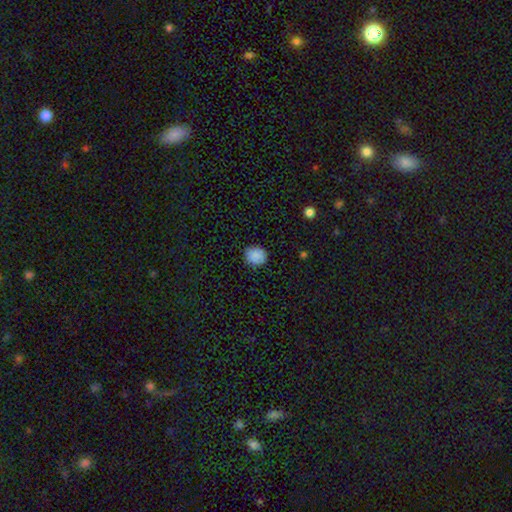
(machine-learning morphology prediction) This appears to be a smooth galaxy with no disk features (88%) that is round (72%). Merging: none (87%).